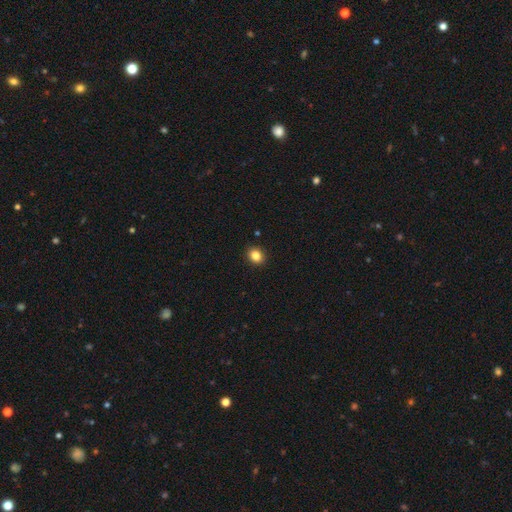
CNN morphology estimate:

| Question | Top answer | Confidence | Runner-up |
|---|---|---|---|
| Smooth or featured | smooth | 85% | star or artifact (10%) |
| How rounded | round | 61% | in between (38%) |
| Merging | none | 91% | minor disturbance (6%) |